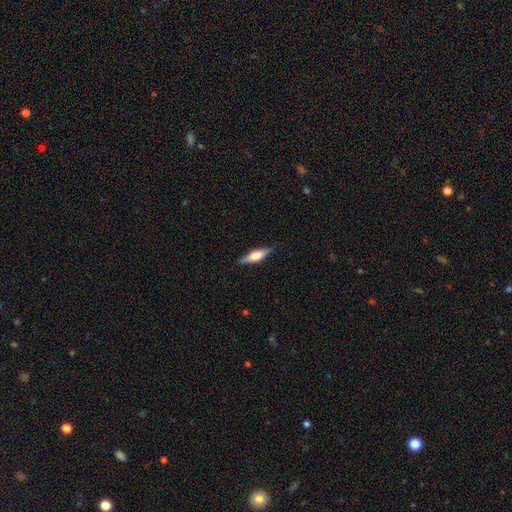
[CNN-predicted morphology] This is possibly a smooth galaxy (47%, tied with featured or disk). Merging: clearly none (86%).